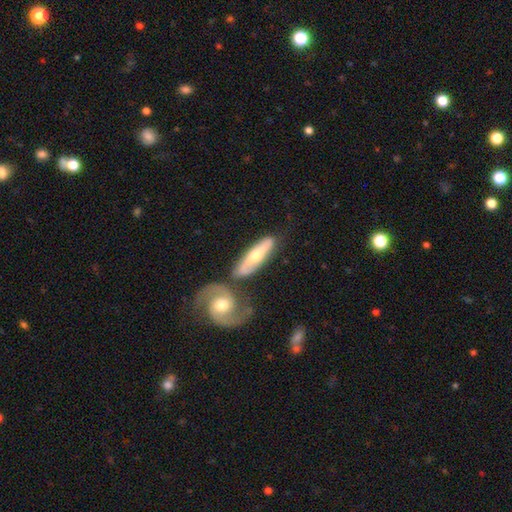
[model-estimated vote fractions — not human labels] smooth-or-featured: featured or disk: 63% | smooth: 32% | star or artifact: 5%
  disk-edge-on: no: 60% | yes: 40%
  merging: none: 63% | merger: 19% | minor disturbance: 14% | major disturbance: 4%